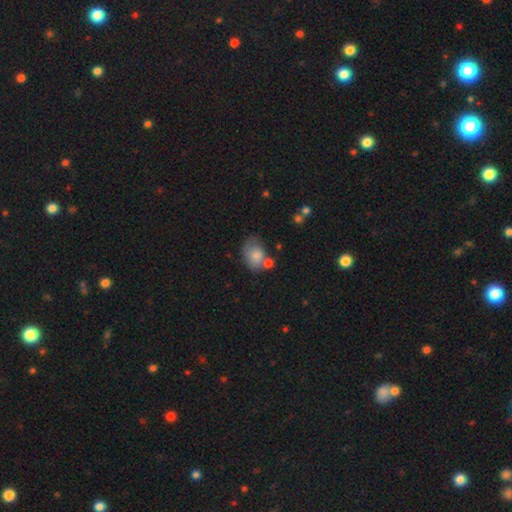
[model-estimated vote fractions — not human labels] A smooth galaxy with no disk features (76%) that is in between round and cigar-shaped (71%).

Vote fractions:
- Smooth or featured? smooth: 76% / featured or disk: 16% / star or artifact: 8%
- How rounded? in between: 71% / round: 28% / cigar-shaped: 1%
- Merging? none: 41% / minor disturbance: 28% / merger: 19% / major disturbance: 12%